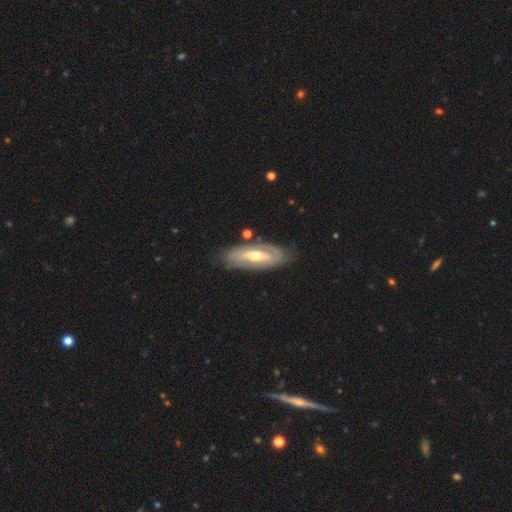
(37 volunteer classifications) Smooth or featured: featured or disk — 89% (smooth — 5%)
Edge-on disk: no — 67% (yes — 33%)
Bar: weak — 45% (no — 41%)
Spiral arms: yes — 64% (no — 36%)
Spiral winding: tight — 64% (medium — 21%)
Spiral arm count: 2 — 43% (tied with can't tell — 43%)
Bulge size: moderate — 59% (small — 41%)
Merging: none — 74% (minor disturbance — 17%)